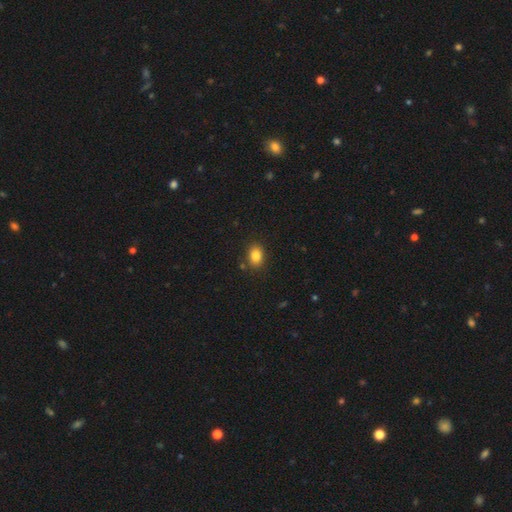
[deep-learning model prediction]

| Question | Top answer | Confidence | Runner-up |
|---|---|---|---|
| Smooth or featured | smooth | 84% | star or artifact (10%) |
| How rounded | in between | 68% | round (31%) |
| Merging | none | 84% | minor disturbance (10%) |